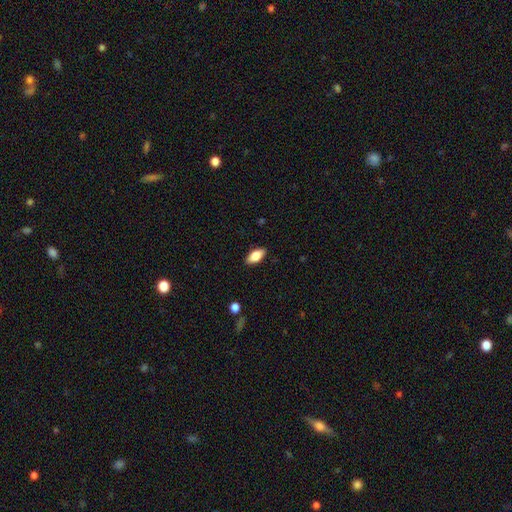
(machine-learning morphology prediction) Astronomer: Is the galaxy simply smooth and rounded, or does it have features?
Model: smooth — 78%.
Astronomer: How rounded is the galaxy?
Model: in between — 89%.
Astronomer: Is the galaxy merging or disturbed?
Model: none — 88%.